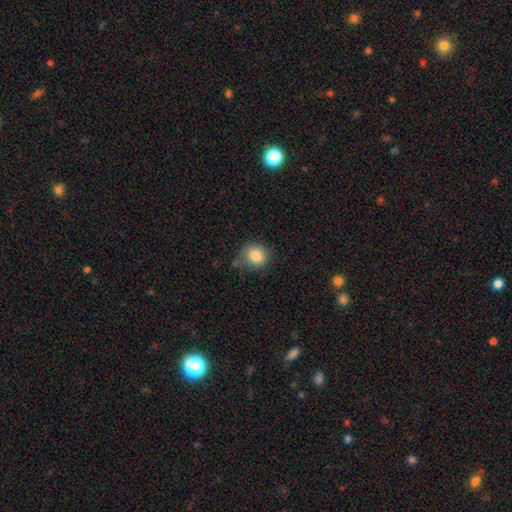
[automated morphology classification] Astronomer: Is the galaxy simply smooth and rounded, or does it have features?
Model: smooth — 85%.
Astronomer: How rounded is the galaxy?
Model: round — 84%.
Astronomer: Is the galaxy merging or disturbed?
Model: none — 63%.